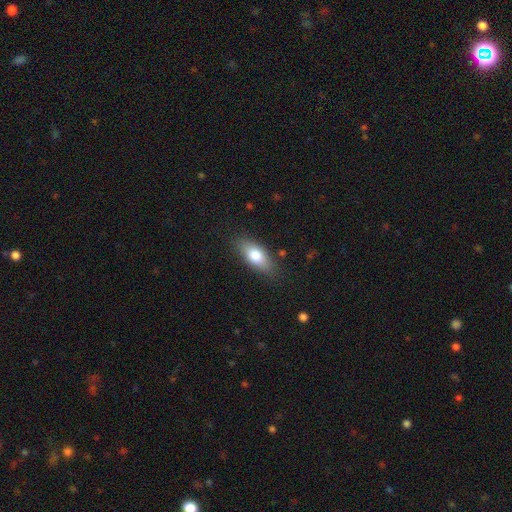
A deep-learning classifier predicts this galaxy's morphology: A smooth galaxy with no disk features (77%) that is in between round and cigar-shaped (83%). Merging: none (81%).